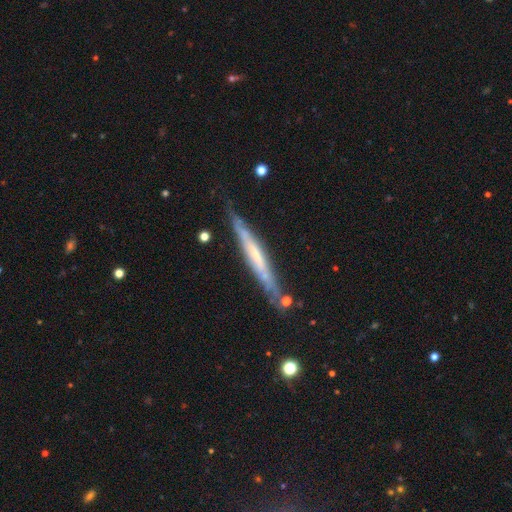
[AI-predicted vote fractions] This appears to be a featured or disk galaxy (67%) viewed edge-on (88%) with no central bulge (67%). Merging: none (75%).